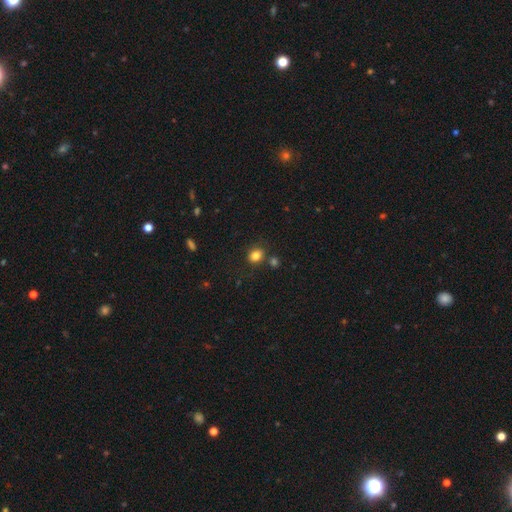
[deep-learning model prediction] A smooth galaxy with no disk features (82%) that is round (64%).

Vote fractions:
- Smooth or featured? smooth: 82% / star or artifact: 12% / featured or disk: 6%
- How rounded? round: 64% / in between: 35% / cigar-shaped: 1%
- Merging? none: 75% / minor disturbance: 12% / merger: 9% / major disturbance: 4%